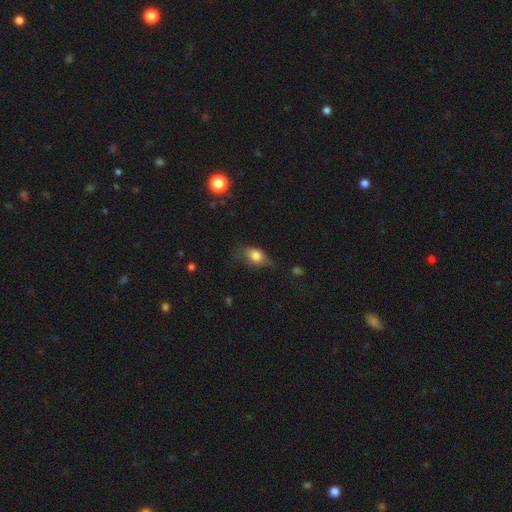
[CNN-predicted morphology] Q: Smooth or featured?
A: smooth (75%); runner-up: featured or disk (16%)
Q: How rounded?
A: in between (80%); runner-up: round (15%)
Q: Merging?
A: none (56%); runner-up: minor disturbance (31%)